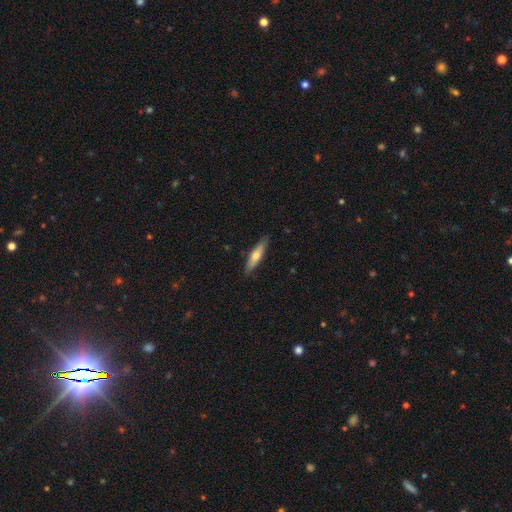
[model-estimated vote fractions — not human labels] smooth 57%, featured or disk 38%, star or artifact 6%. Down the decision tree: how rounded — cigar-shaped (80%); merging — none (87%).